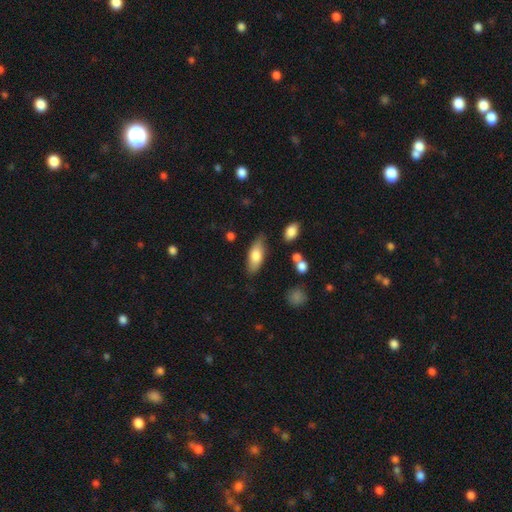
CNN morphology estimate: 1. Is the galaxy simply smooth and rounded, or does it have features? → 75% smooth, 19% featured or disk, 6% star or artifact.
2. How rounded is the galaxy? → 79% in between, 19% cigar-shaped, 3% round.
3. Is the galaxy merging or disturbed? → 76% none, 17% minor disturbance, 4% major disturbance, 3% merger.